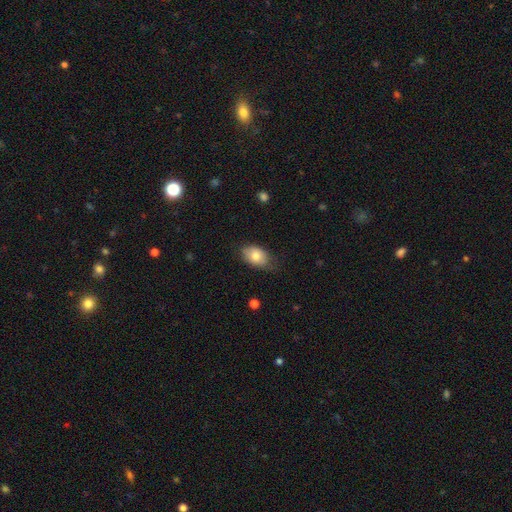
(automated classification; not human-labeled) Smooth or featured?
  - smooth: 80% *
  - featured or disk: 13%
  - star or artifact: 7%
How rounded?
  - in between: 87% *
  - round: 11%
  - cigar-shaped: 1%
Merging?
  - none: 68% *
  - minor disturbance: 26%
  - major disturbance: 5%
  - merger: 1%